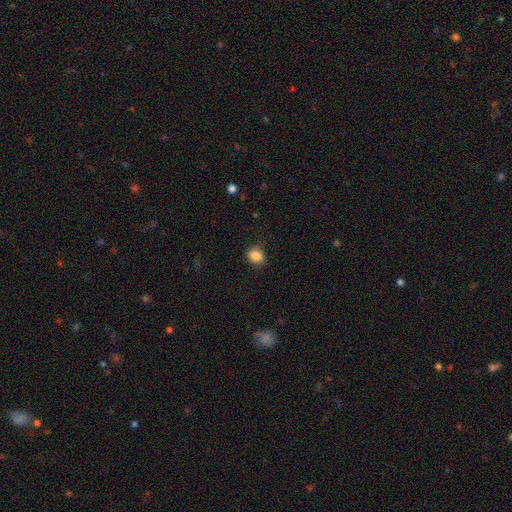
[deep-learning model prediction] Smooth or featured?
  - smooth: 86% *
  - star or artifact: 10%
  - featured or disk: 4%
How rounded?
  - round: 52% *
  - in between: 47%
  - cigar-shaped: 1%
Merging?
  - none: 76% *
  - minor disturbance: 19%
  - major disturbance: 4%
  - merger: 1%